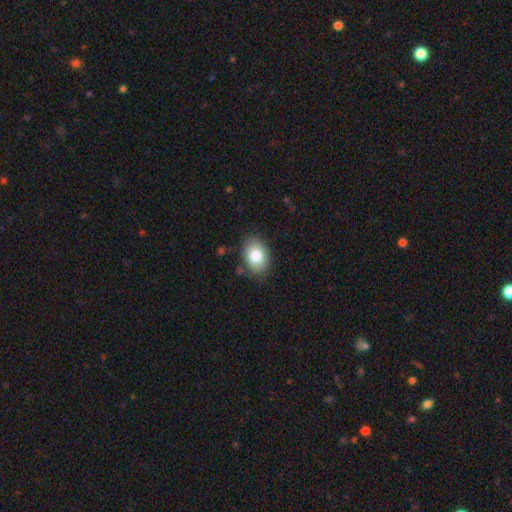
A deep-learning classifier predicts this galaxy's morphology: A smooth galaxy with no disk features (82%) that is in between round and cigar-shaped (81%). Merging: none (84%).